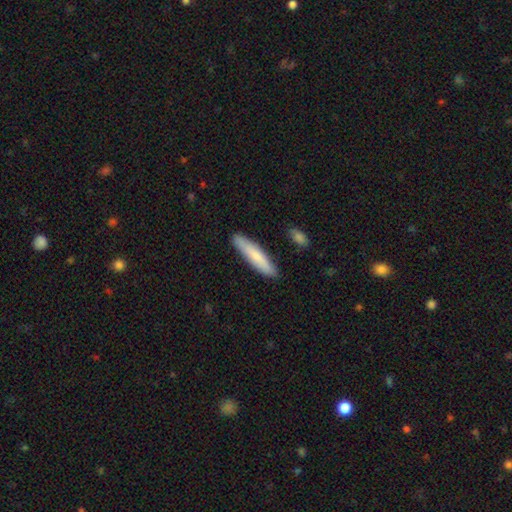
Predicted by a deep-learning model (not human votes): smooth 75%, featured or disk 19%, star or artifact 5%. Down the decision tree: how rounded — cigar-shaped (87%); merging — none (87%).